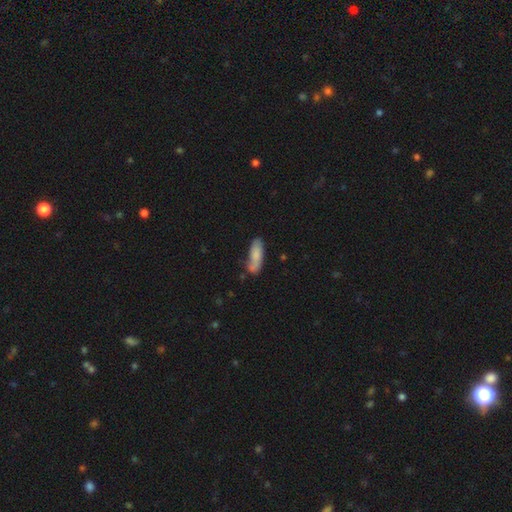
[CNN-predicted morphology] Smooth or featured? smooth (78%)
How rounded? in between (60%)
Merging? none (60%)